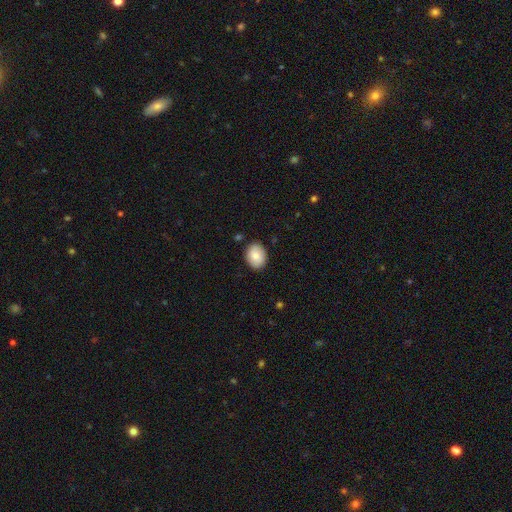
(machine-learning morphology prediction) This appears to be a smooth galaxy with no disk features (82%) that is in between round and cigar-shaped (60%). Merging: none (87%).